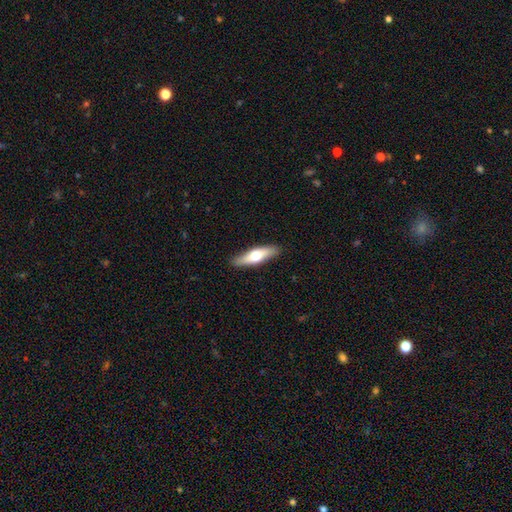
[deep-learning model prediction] Q: Smooth or featured?
A: smooth (53%); runner-up: featured or disk (42%)
Q: How rounded?
A: cigar-shaped (60%); runner-up: in between (37%)
Q: Merging?
A: none (89%); runner-up: minor disturbance (8%)